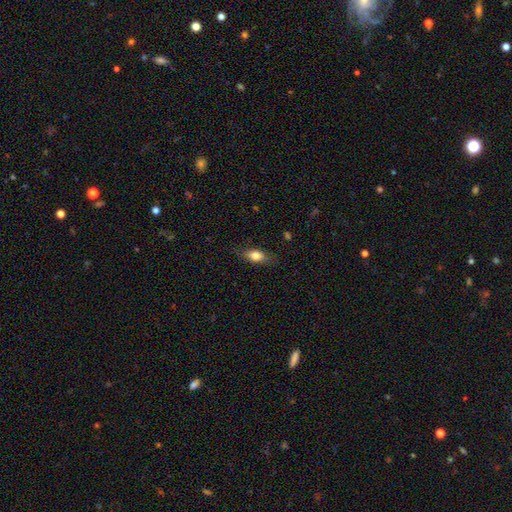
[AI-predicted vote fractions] smooth 77%, featured or disk 15%, star or artifact 8%. Down the decision tree: how rounded — in between (79%); merging — none (79%).